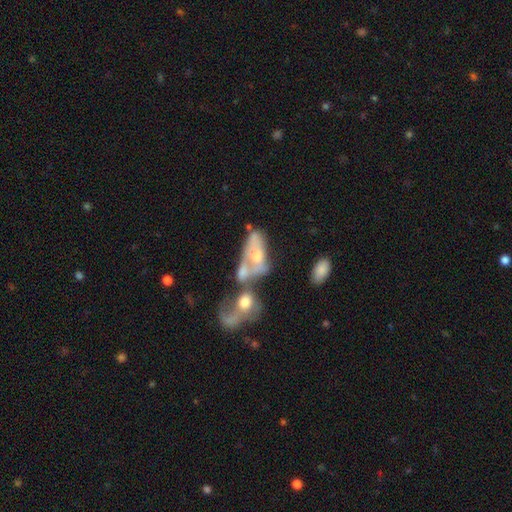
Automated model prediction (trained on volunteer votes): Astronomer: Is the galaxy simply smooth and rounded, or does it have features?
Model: featured or disk — 52% (runner-up: smooth, 37%).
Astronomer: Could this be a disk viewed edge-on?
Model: no — 92%.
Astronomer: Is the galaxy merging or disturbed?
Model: merger — 66%.